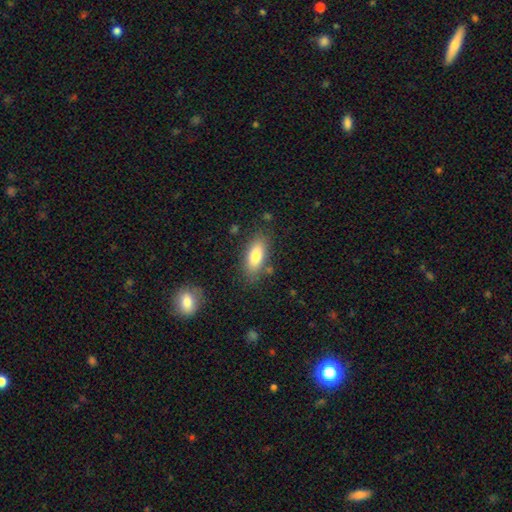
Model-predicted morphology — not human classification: type=smooth (80%); roundness=in between (78%); merging=none (81%).